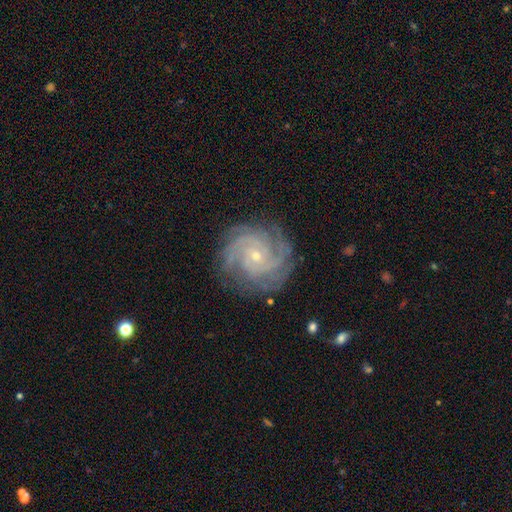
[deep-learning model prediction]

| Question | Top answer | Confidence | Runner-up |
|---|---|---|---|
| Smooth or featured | featured or disk | 89% | star or artifact (6%) |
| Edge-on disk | no | 98% | yes (2%) |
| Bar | no | 72% | weak (22%) |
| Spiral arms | yes | 98% | no (2%) |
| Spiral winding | tight | 74% | medium (23%) |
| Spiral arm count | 3 | 26% | tied: 4 (26%) |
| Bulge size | small | 77% | moderate (20%) |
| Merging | none | 83% | minor disturbance (12%) |